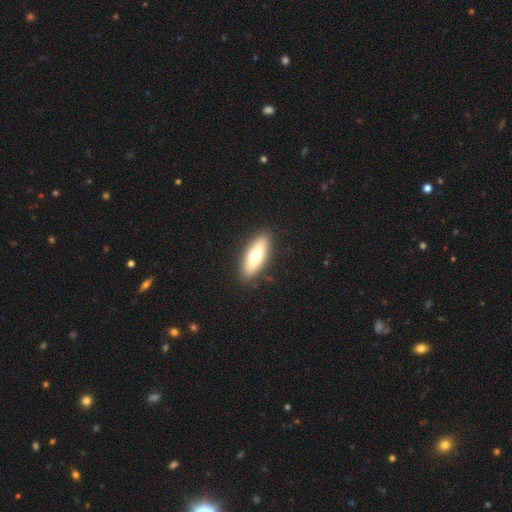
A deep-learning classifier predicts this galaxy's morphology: type=smooth (64%); roundness=in between (62%); merging=none (90%).